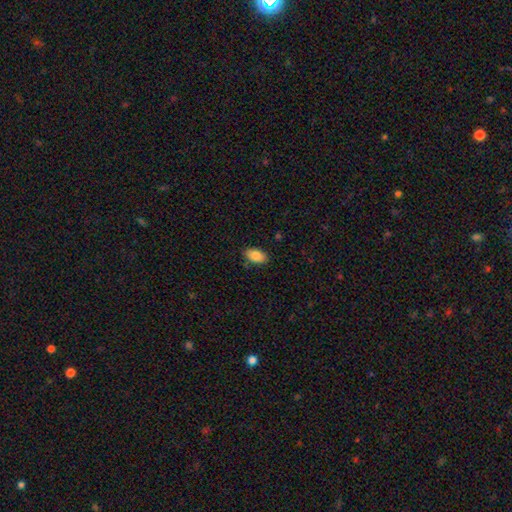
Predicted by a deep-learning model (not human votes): The model was most divided on "merging": none: 84%, minor disturbance: 12%, major disturbance: 3%, merger: 2%. More confident: how rounded — in between (92%); smooth or featured — smooth (85%).